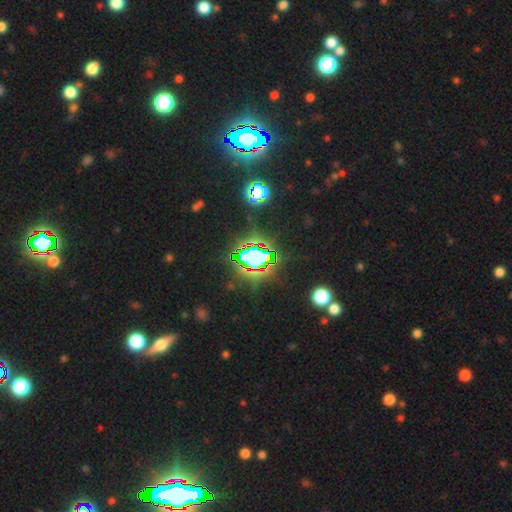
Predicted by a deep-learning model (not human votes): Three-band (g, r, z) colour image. It shows a star or artifact, not a galaxy (76%).